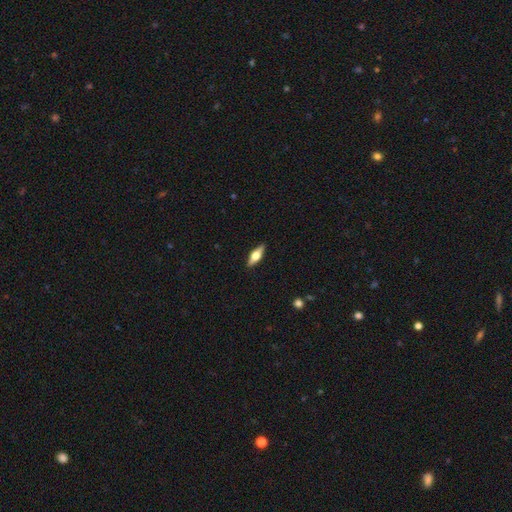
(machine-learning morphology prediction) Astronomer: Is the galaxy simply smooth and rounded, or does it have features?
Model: featured or disk — 53% (runner-up: smooth, 41%).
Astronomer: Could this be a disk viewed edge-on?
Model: yes — 93%.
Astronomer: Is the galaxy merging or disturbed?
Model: none — 90%.